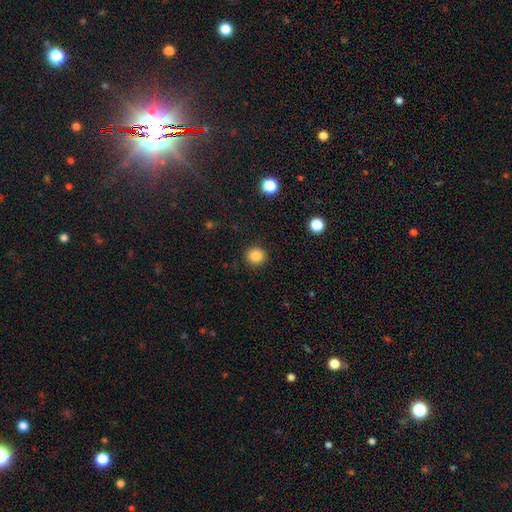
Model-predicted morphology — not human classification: smooth_or_featured: smooth (p=0.85) [alt: star or artifact p=0.11]
how_rounded: round (p=0.89) [alt: in between p=0.10]
merging: none (p=0.90) [alt: minor disturbance p=0.07]